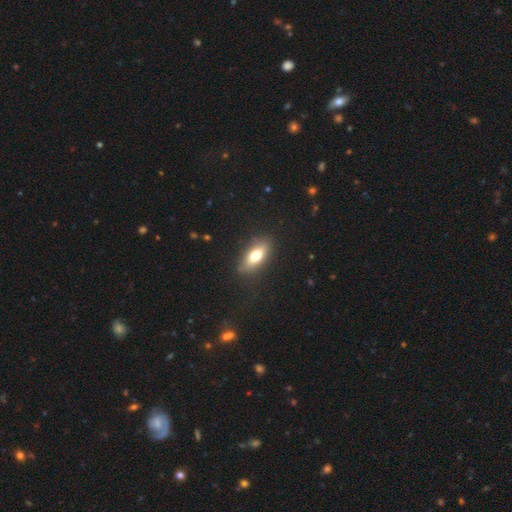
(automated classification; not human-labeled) A smooth galaxy with no disk features (70%) that is in between round and cigar-shaped (78%).

Vote fractions:
- Smooth or featured? smooth: 70% / featured or disk: 22% / star or artifact: 8%
- How rounded? in between: 78% / cigar-shaped: 17% / round: 5%
- Merging? none: 84% / minor disturbance: 11% / major disturbance: 3% / merger: 1%